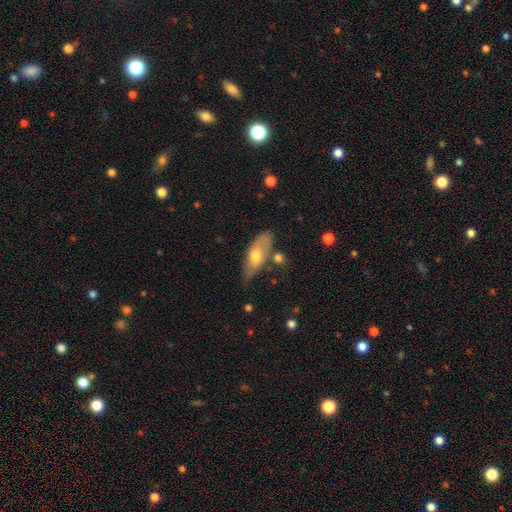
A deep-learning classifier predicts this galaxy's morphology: smooth-or-featured: smooth: 57% | featured or disk: 37% | star or artifact: 6%
  how-rounded: in between: 74% | cigar-shaped: 22% | round: 3%
  merging: none: 57% | minor disturbance: 27% | merger: 8% | major disturbance: 7%